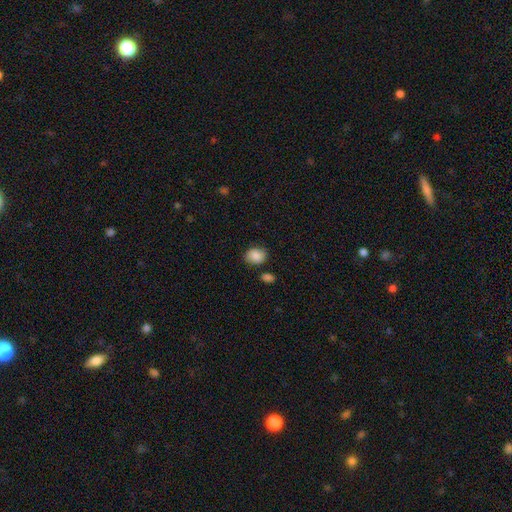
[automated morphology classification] Q: Smooth or featured?
A: smooth (85%); runner-up: star or artifact (8%)
Q: How rounded?
A: round (50%); tied with: in between (50%)
Q: Merging?
A: none (79%); runner-up: minor disturbance (13%)